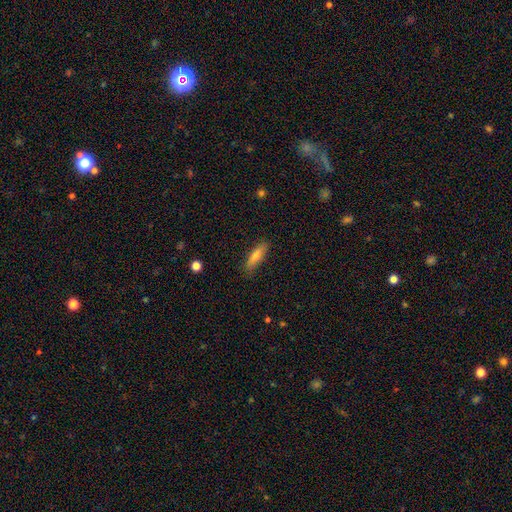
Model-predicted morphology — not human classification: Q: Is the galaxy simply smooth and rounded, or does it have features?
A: smooth — 70%.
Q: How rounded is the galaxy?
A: cigar-shaped — 70%.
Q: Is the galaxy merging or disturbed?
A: none — 84%.